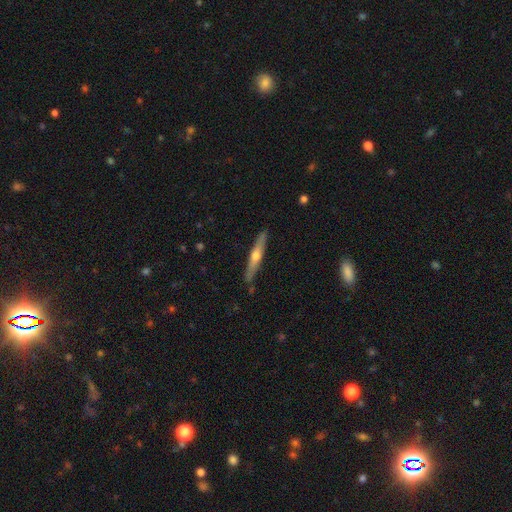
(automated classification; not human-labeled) Overall: featured or disk (59%; smooth 35%). Edge-on disk: yes (95%). Edge-on bulge: rounded (87%). Merging: none (87%).